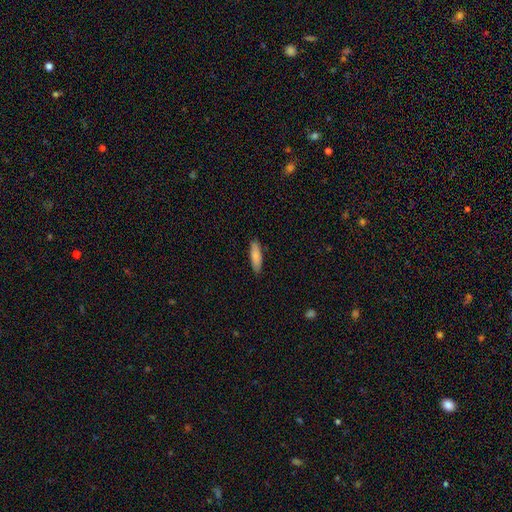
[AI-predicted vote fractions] This appears to be a smooth galaxy with no disk features (83%) that is cigar-shaped (58%). Merging: none (88%).